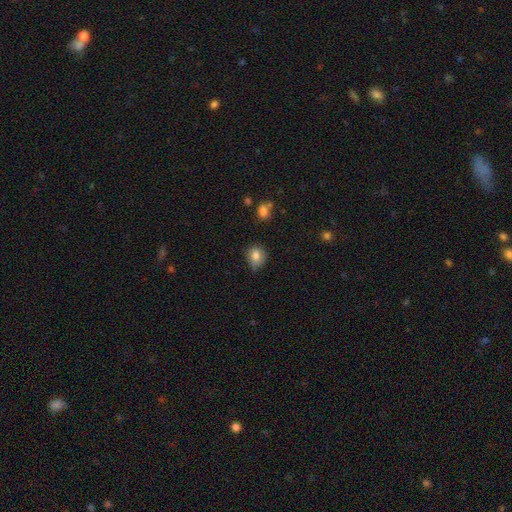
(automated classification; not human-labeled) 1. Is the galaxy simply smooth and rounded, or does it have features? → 81% smooth, 10% star or artifact, 9% featured or disk.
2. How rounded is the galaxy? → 76% round, 23% in between, 1% cigar-shaped.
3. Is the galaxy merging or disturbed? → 60% none, 32% minor disturbance, 6% major disturbance, 2% merger.